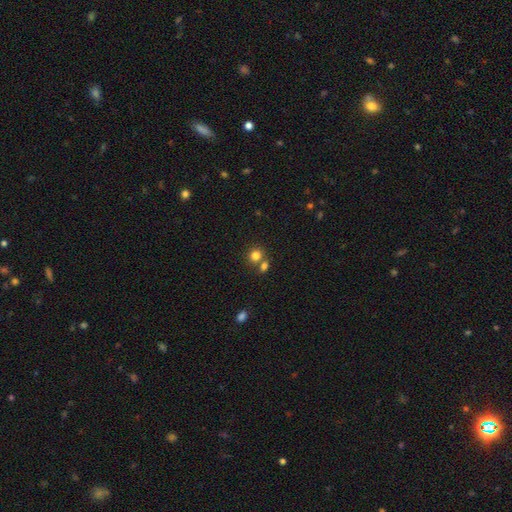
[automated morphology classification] This appears to be a smooth galaxy with no disk features (80%) that is round (80%). Merging: none (56%).